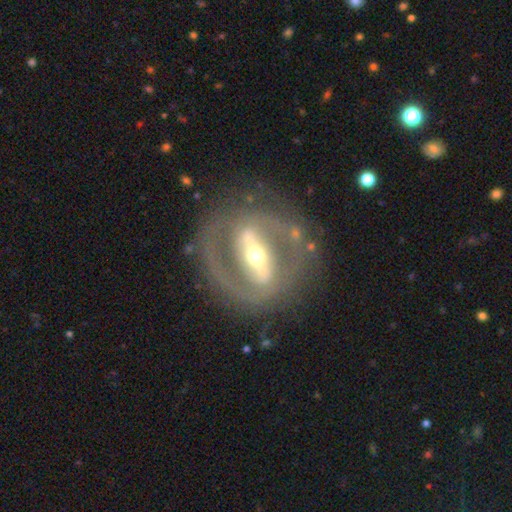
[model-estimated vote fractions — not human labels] Morphology: type=featured or disk (85%); edge-on=no (89%); bar=strong (75%); spiral arms=yes (62%); bulge=moderate (51%); merging=none (76%).